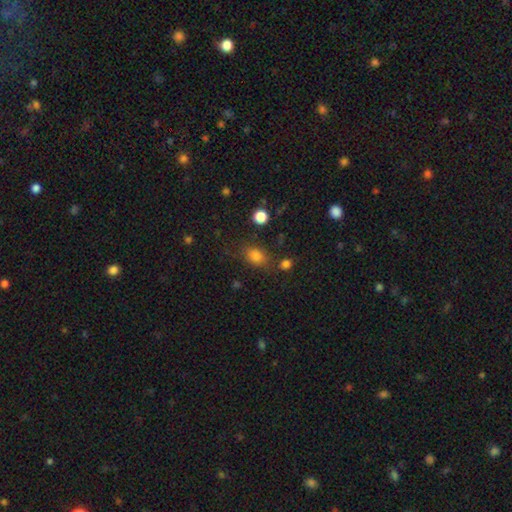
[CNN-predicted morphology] smooth-or-featured: smooth: 79% | star or artifact: 15% | featured or disk: 6%
  how-rounded: in between: 63% | round: 35% | cigar-shaped: 2%
  merging: none: 71% | minor disturbance: 17% | merger: 6% | major disturbance: 6%